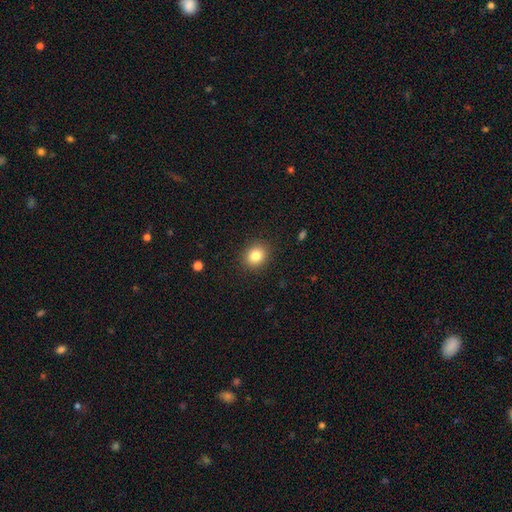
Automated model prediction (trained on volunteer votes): Q: Smooth or featured?
A: smooth (82%); runner-up: star or artifact (11%)
Q: How rounded?
A: round (70%); runner-up: in between (30%)
Q: Merging?
A: none (89%); runner-up: minor disturbance (7%)